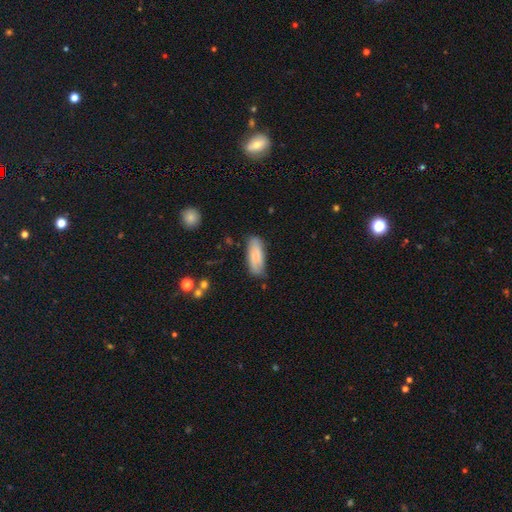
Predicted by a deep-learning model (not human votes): A smooth galaxy with no disk features (80%) that is in between round and cigar-shaped (69%). Merging: none (72%).